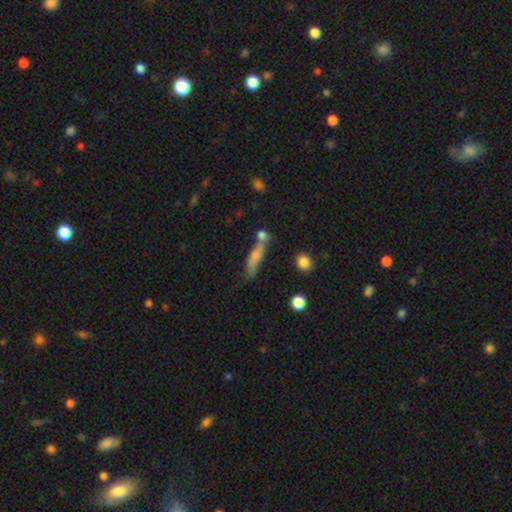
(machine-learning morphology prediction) smooth 67%, featured or disk 24%, star or artifact 9%. Down the decision tree: how rounded — cigar-shaped (67%); merging — none (46%).